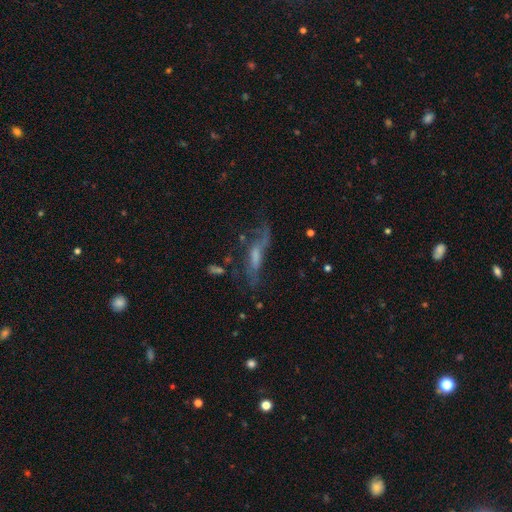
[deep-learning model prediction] featured or disk 57%, smooth 30%, star or artifact 13%. Down the decision tree: edge-on disk — no (66%); merging — none (42%).